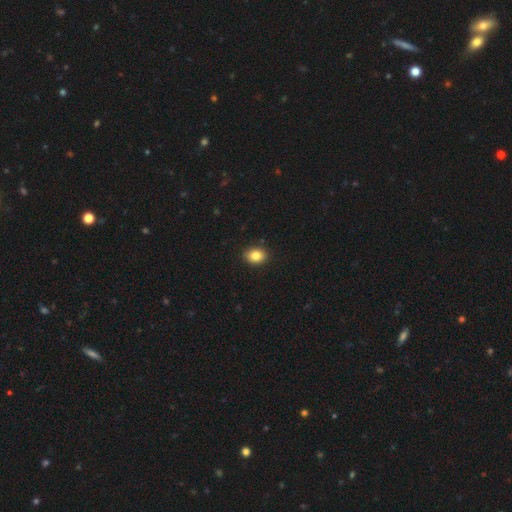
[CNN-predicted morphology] Overall: smooth (85%). How rounded: in between (59%; round 40%). Merging: none (88%).